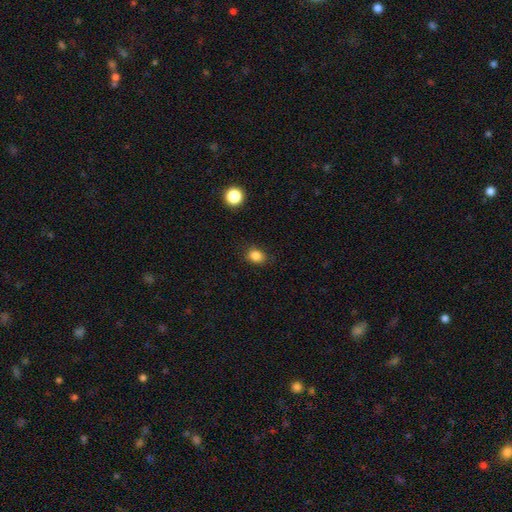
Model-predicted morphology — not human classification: smooth 84%, star or artifact 12%, featured or disk 4%. Down the decision tree: how rounded — round (51%); merging — none (84%).